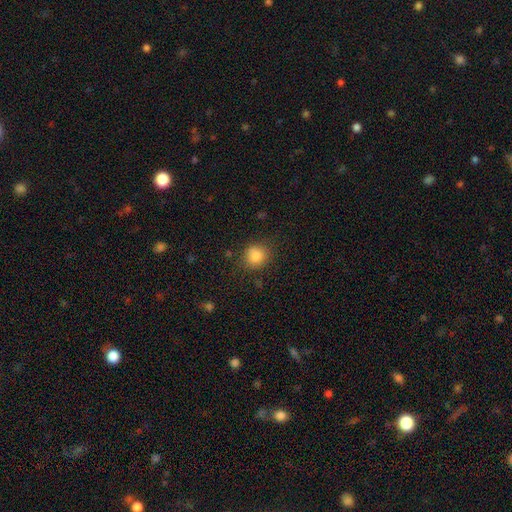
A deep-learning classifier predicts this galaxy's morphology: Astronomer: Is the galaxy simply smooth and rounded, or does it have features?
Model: smooth — 83%.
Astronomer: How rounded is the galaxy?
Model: round — 78%.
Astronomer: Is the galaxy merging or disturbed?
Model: none — 72%.